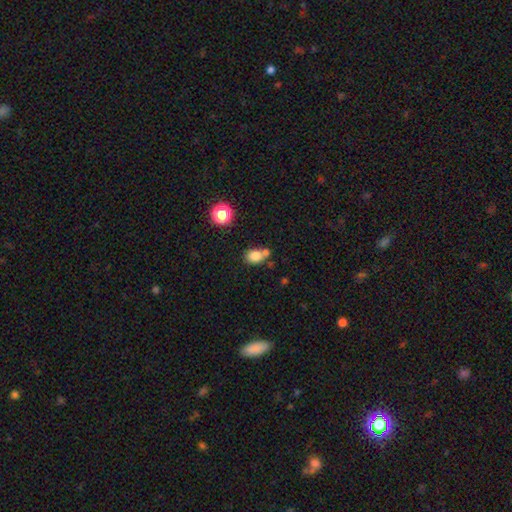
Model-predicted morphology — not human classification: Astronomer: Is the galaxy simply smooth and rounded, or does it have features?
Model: smooth — 80%.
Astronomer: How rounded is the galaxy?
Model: in between — 50% (runner-up: round, 49%).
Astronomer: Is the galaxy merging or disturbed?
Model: none — 47% (runner-up: merger, 34%).